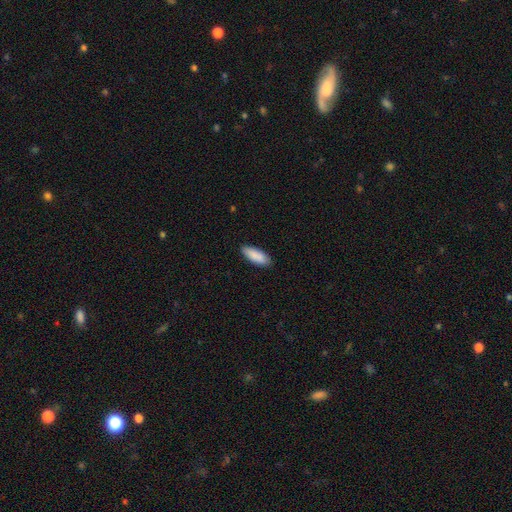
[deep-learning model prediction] A smooth galaxy with no disk features (90%) that is in between round and cigar-shaped (73%). Merging: none (87%).